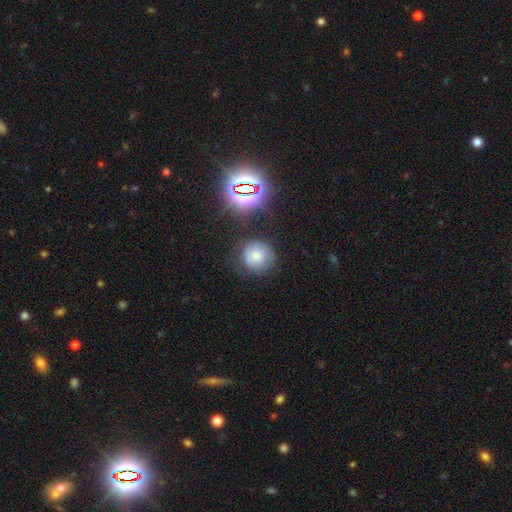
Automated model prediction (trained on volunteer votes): Smooth or featured: smooth — 66% (featured or disk — 19%)
How rounded: round — 90% (in between — 9%)
Merging: none — 73% (minor disturbance — 17%)